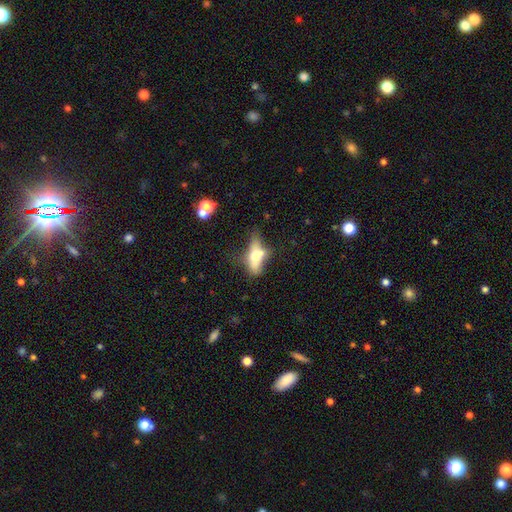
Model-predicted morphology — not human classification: A smooth galaxy with no disk features (54%) that is in between round and cigar-shaped (67%).

Vote fractions:
- Smooth or featured? smooth: 54% / featured or disk: 37% / star or artifact: 9%
- How rounded? in between: 67% / cigar-shaped: 28% / round: 5%
- Merging? none: 34% / minor disturbance: 25% / major disturbance: 22% / merger: 19%